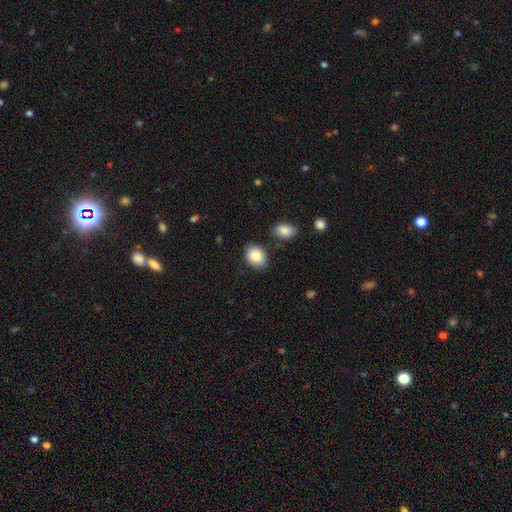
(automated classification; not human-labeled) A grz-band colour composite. It shows a smooth galaxy with no disk features (86%) that is in between round and cigar-shaped (63%). Merging: none (78%).